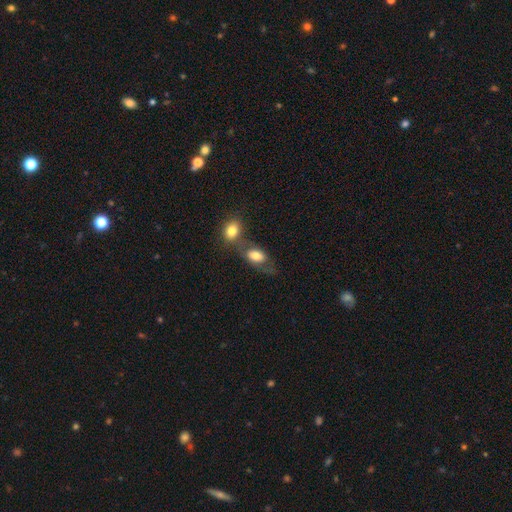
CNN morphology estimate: Smooth or featured?
  - smooth: 75% *
  - featured or disk: 17%
  - star or artifact: 8%
How rounded?
  - in between: 85% *
  - round: 13%
  - cigar-shaped: 3%
Merging?
  - merger: 40% *
  - none: 36%
  - minor disturbance: 15%
  - major disturbance: 9%